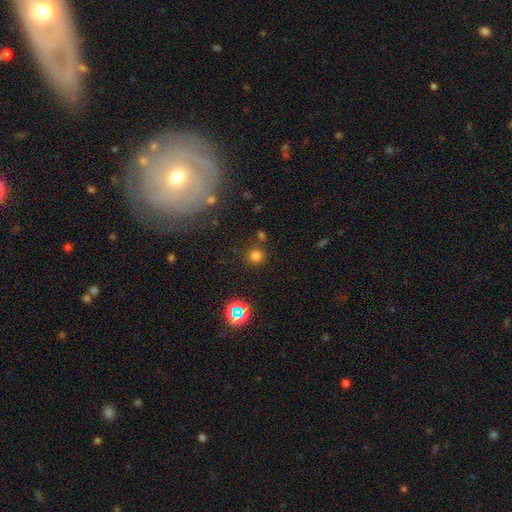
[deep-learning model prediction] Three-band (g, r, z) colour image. It shows a smooth galaxy with no disk features (71%) that is round (92%). Merging: none (81%).